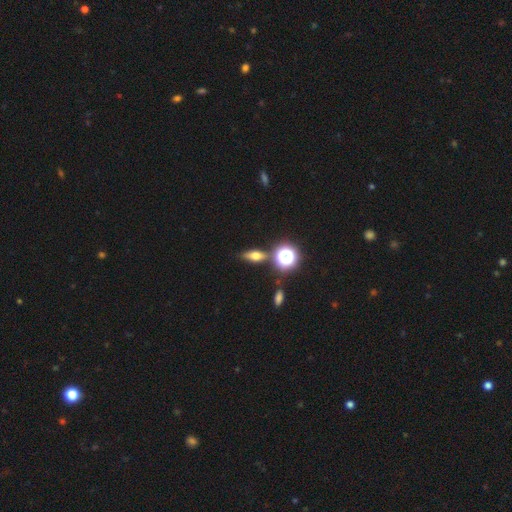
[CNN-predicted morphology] Smooth or featured: smooth — 52% (featured or disk — 27%)
How rounded: in between — 52% (cigar-shaped — 27%)
Merging: none — 79% (minor disturbance — 11%)